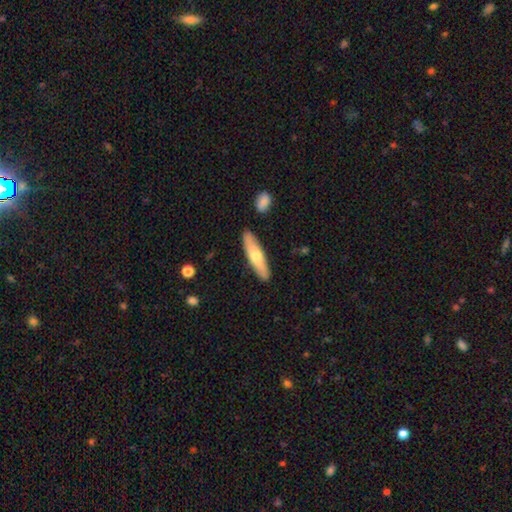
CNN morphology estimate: Smooth or featured? smooth (60%)
How rounded? cigar-shaped (75%)
Merging? none (88%)